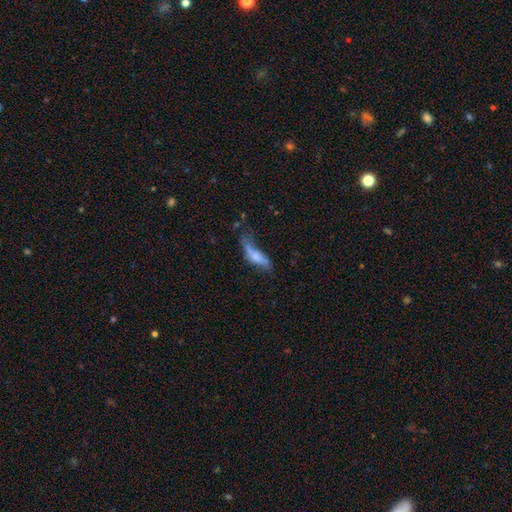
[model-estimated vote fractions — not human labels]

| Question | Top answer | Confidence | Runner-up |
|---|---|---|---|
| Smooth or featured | smooth | 56% | featured or disk (35%) |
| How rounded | cigar-shaped | 53% | in between (44%) |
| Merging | none | 33% | minor disturbance (31%) |